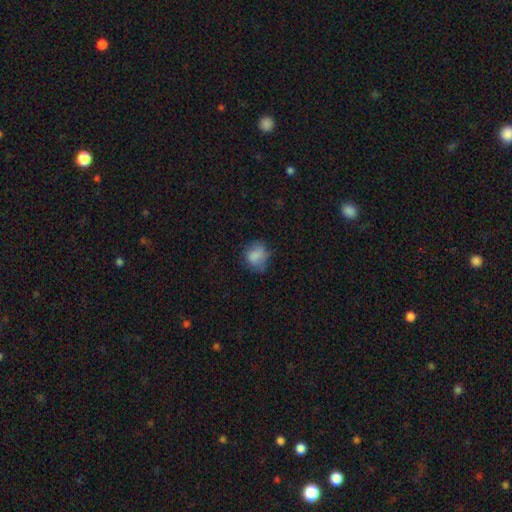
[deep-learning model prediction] Smooth or featured: smooth — 77% (featured or disk — 13%)
How rounded: round — 61% (in between — 38%)
Merging: none — 55% (minor disturbance — 29%)